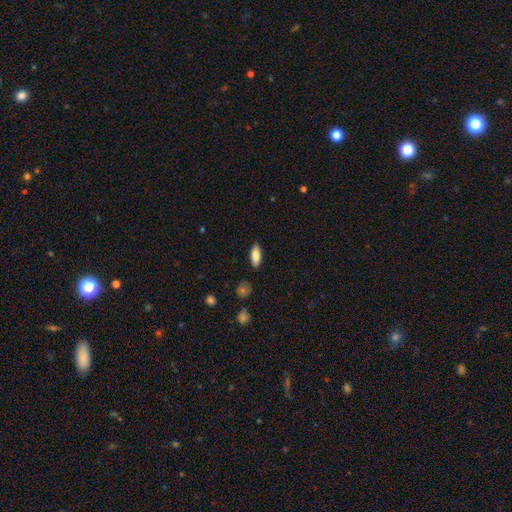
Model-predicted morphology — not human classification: A smooth galaxy with no disk features (84%) that is in between round and cigar-shaped (75%).

Vote fractions:
- Smooth or featured? smooth: 84% / featured or disk: 10% / star or artifact: 6%
- How rounded? in between: 75% / cigar-shaped: 23% / round: 2%
- Merging? none: 87% / minor disturbance: 9% / major disturbance: 2% / merger: 1%